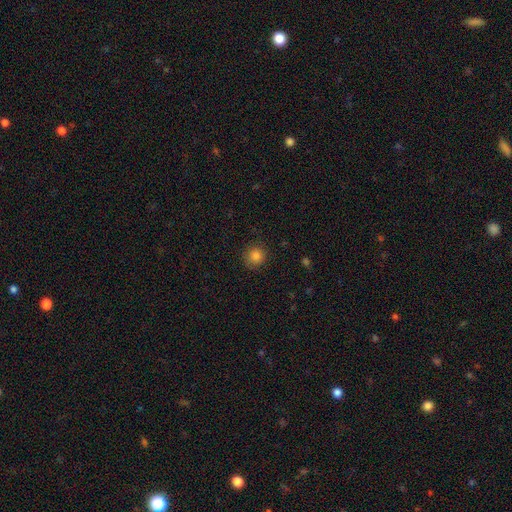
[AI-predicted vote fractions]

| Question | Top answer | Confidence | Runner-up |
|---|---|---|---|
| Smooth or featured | smooth | 83% | star or artifact (12%) |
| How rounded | round | 91% | in between (8%) |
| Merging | none | 86% | minor disturbance (10%) |